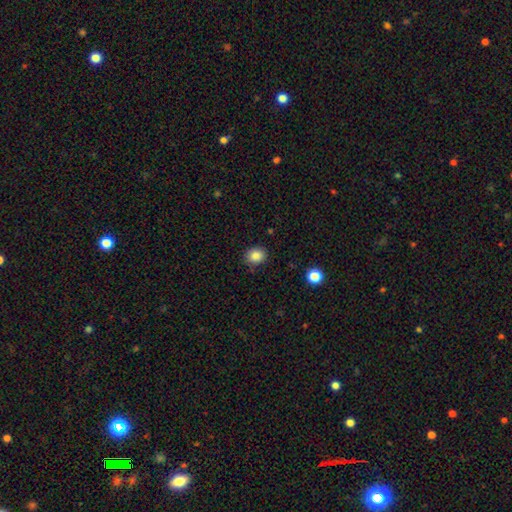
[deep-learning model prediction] smooth-or-featured: smooth: 85% | star or artifact: 10% | featured or disk: 5%
  how-rounded: round: 70% | in between: 30% | cigar-shaped: 1%
  merging: none: 86% | minor disturbance: 10% | major disturbance: 3% | merger: 1%